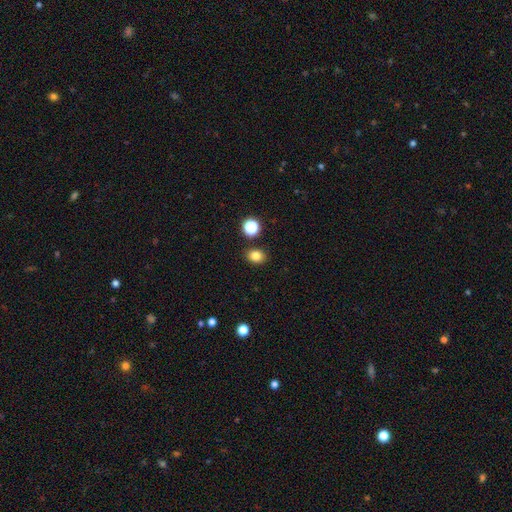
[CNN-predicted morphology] This appears to be a smooth galaxy with no disk features (81%) that is in between round and cigar-shaped (50%). Merging: none (86%).